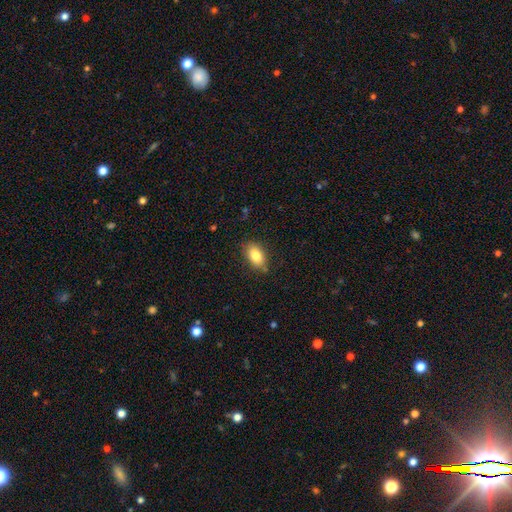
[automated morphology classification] Smooth or featured? Predicted: smooth (p=0.84). How rounded? Predicted: in between (p=0.90). Merging? Predicted: none (p=0.82).